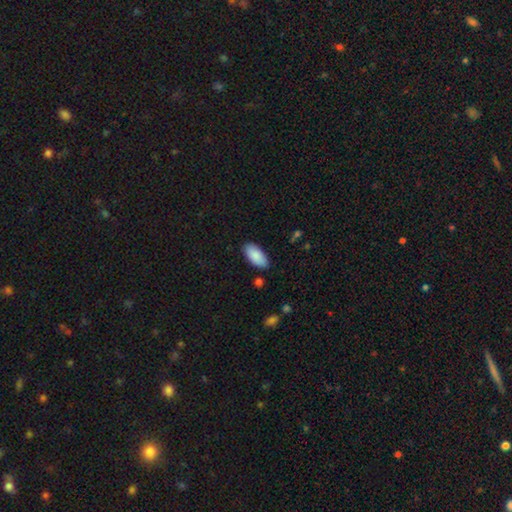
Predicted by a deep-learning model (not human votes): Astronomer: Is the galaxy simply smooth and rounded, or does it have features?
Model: smooth — 89%.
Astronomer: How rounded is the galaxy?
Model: in between — 93%.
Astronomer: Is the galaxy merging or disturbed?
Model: none — 86%.